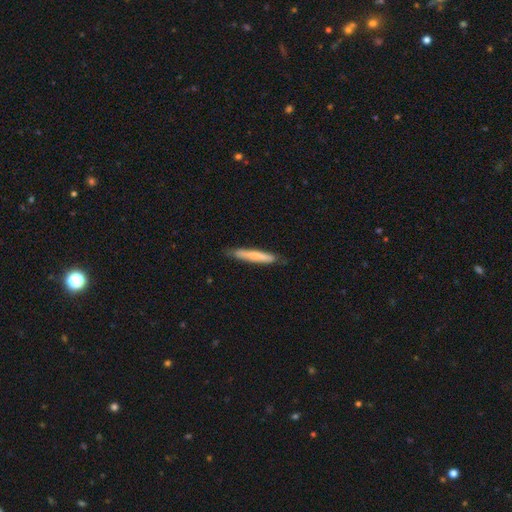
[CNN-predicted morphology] Smooth or featured? smooth (70%)
How rounded? cigar-shaped (94%)
Merging? none (81%)